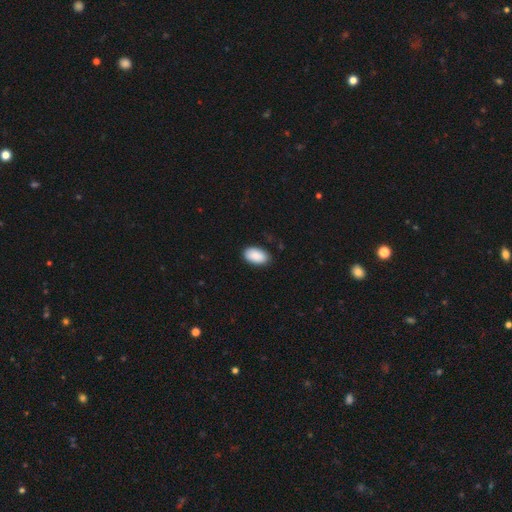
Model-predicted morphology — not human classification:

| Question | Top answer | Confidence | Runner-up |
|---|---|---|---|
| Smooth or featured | smooth | 90% | star or artifact (6%) |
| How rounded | in between | 95% | round (4%) |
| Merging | none | 86% | minor disturbance (11%) |